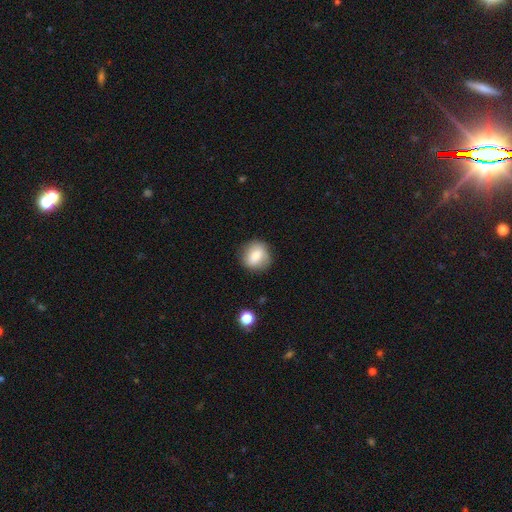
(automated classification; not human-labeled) Q: Smooth or featured?
A: smooth (78%); runner-up: featured or disk (14%)
Q: How rounded?
A: round (79%); runner-up: in between (20%)
Q: Merging?
A: none (82%); runner-up: minor disturbance (13%)